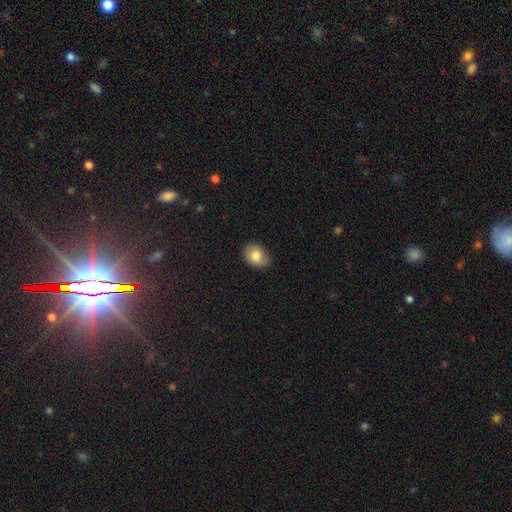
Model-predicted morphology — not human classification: Overall: smooth (81%). How rounded: in between (71%). Merging: none (82%).